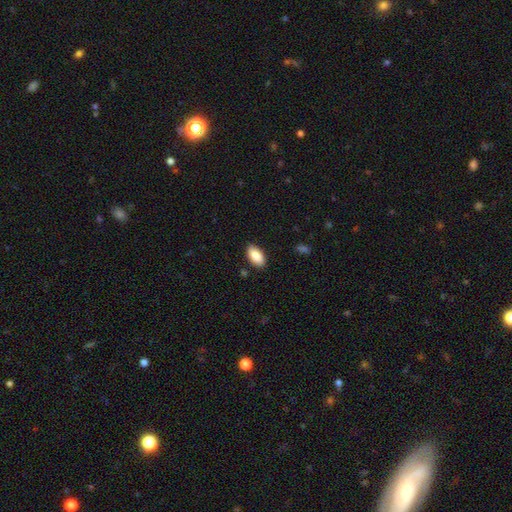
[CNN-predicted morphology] Smooth or featured?
  - smooth: 87% *
  - star or artifact: 6%
  - featured or disk: 6%
How rounded?
  - in between: 94% *
  - cigar-shaped: 3%
  - round: 3%
Merging?
  - none: 88% *
  - minor disturbance: 9%
  - major disturbance: 2%
  - merger: 1%